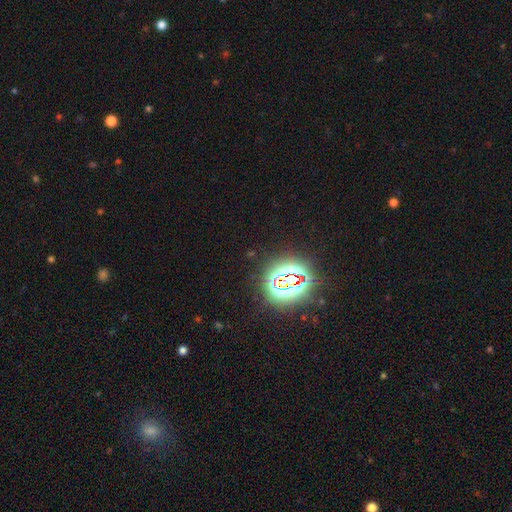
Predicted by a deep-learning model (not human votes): This appears to be a star or artifact, not a galaxy (79%).